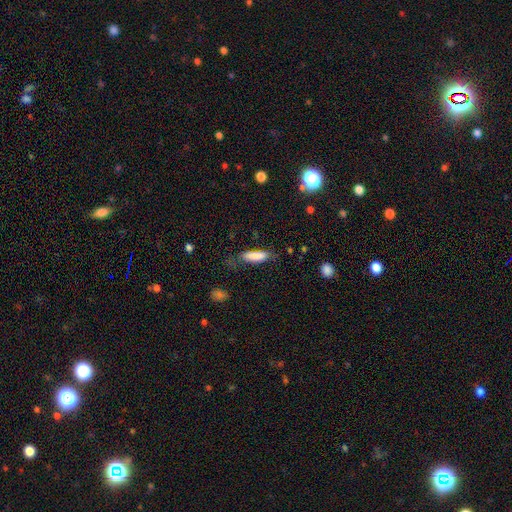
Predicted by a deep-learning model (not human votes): Smooth or featured? smooth (83%)
How rounded? cigar-shaped (52%)
Merging? none (66%)